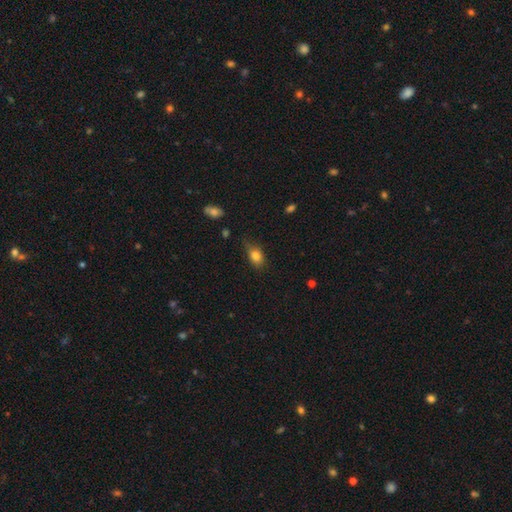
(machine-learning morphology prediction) A smooth galaxy with no disk features (82%) that is in between round and cigar-shaped (76%). Merging: none (62%).